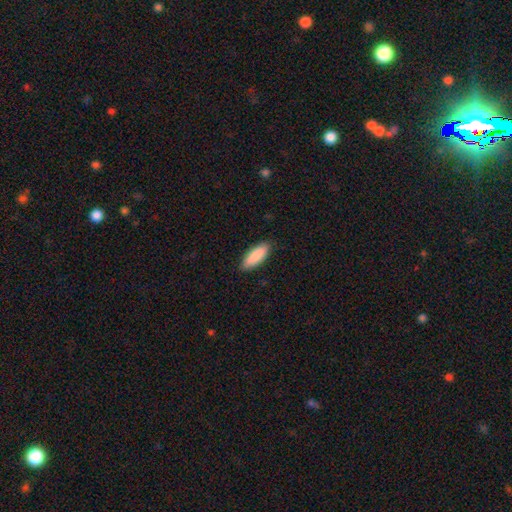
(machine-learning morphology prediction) type=smooth (89%); roundness=in between (65%); merging=none (88%).